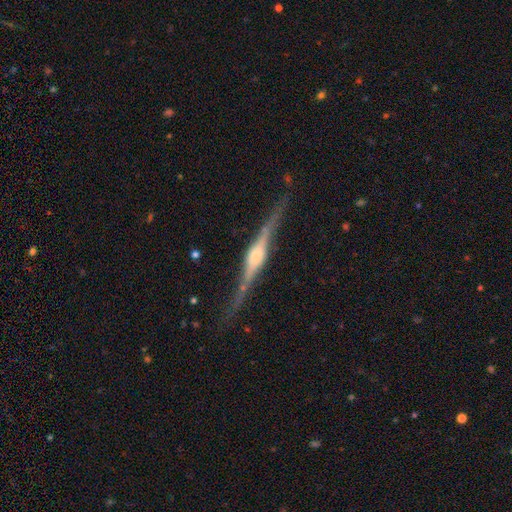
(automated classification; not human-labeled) Smooth or featured: featured or disk — 86% (smooth — 8%)
Edge-on disk: yes — 98% (no — 2%)
Edge-on bulge: rounded — 62% (boxy — 33%)
Merging: none — 85% (minor disturbance — 11%)